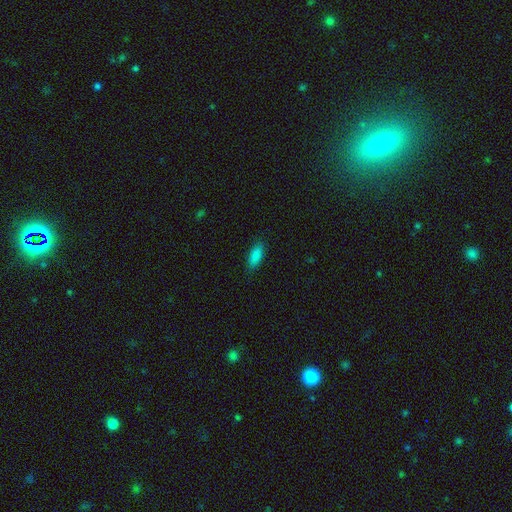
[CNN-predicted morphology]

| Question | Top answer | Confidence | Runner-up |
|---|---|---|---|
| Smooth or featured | smooth | 87% | star or artifact (8%) |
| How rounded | in between | 76% | cigar-shaped (22%) |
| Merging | none | 86% | minor disturbance (11%) |